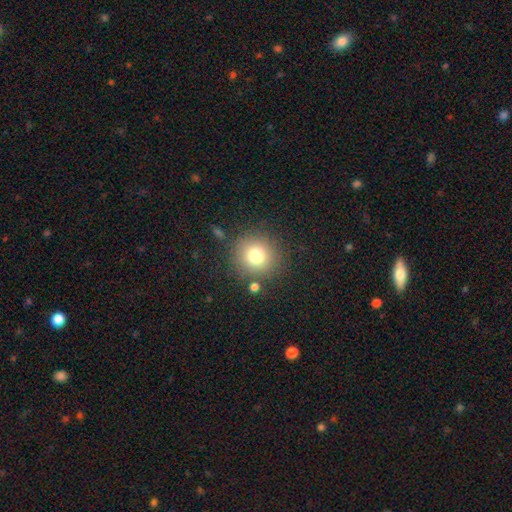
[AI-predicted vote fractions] Smooth or featured? smooth (77%)
How rounded? round (92%)
Merging? none (83%)